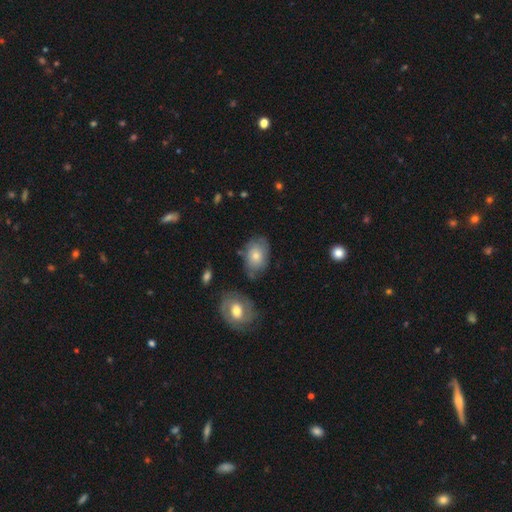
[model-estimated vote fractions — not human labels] This appears to be a smooth galaxy with no disk features (68%) that is in between round and cigar-shaped (79%). Merging: none (66%).